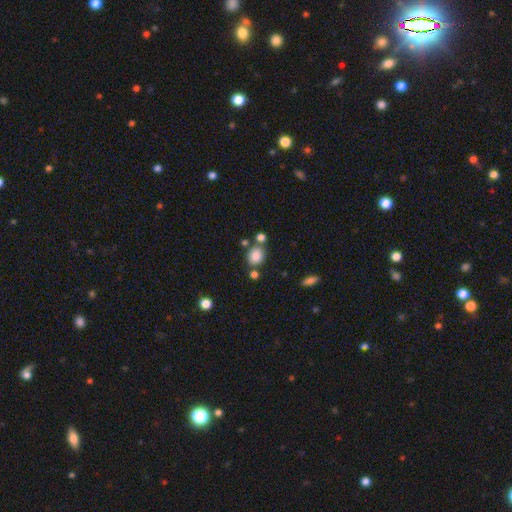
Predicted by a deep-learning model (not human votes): smooth 84%, star or artifact 10%, featured or disk 6%. Down the decision tree: how rounded — round (63%); merging — none (66%).